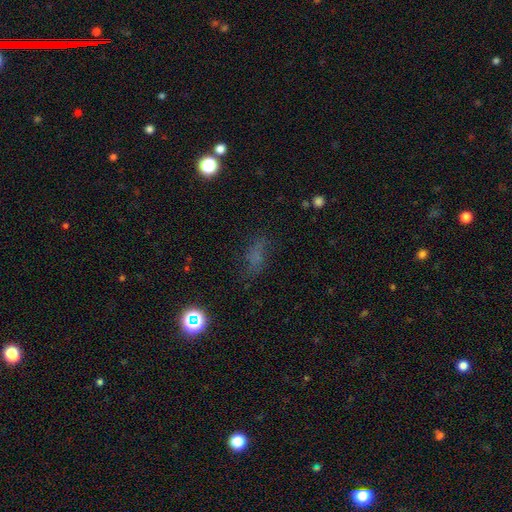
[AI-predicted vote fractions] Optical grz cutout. It shows a smooth galaxy with no disk features (53%) that is in between round and cigar-shaped (72%). Merging: none (61%).